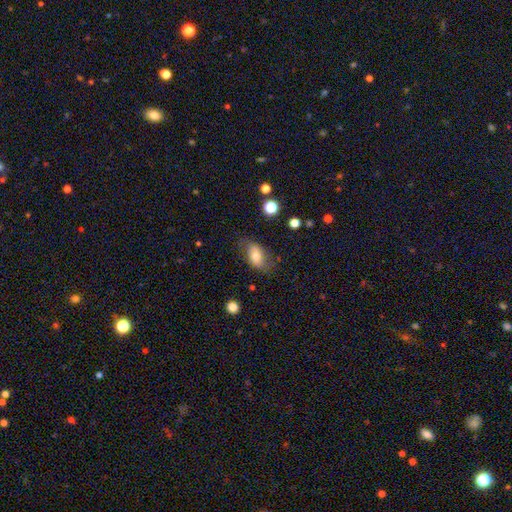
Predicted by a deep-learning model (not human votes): The model was most divided on "smooth or featured": smooth: 66%, featured or disk: 25%, star or artifact: 9%. More confident: how rounded — in between (88%); merging — none (66%).